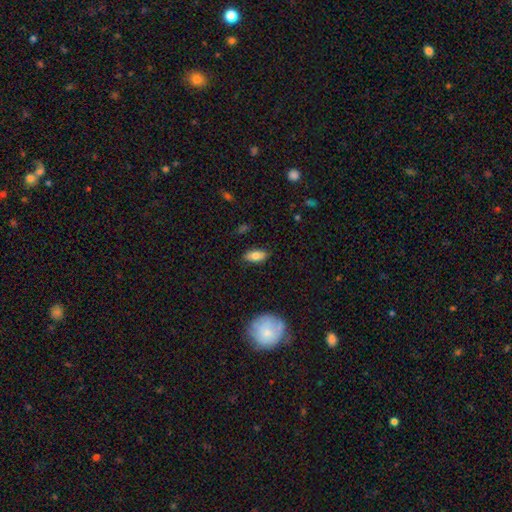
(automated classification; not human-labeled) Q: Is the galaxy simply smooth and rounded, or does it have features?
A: smooth — 79%.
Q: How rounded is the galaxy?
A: in between — 88%.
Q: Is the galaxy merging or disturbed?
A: none — 83%.